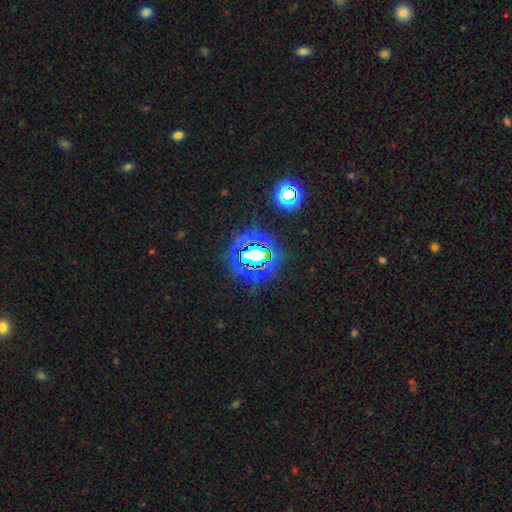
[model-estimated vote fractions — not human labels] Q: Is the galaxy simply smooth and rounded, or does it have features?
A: star or artifact — 74%.